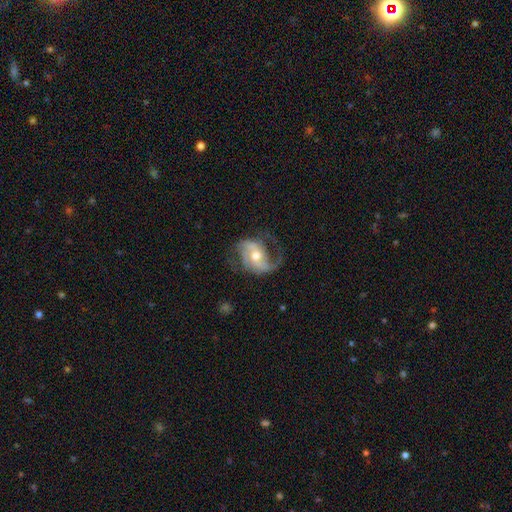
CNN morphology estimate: The model was most divided on "bar": no: 43%, weak: 38%, strong: 19%. Remaining: edge-on disk — no (97%); spiral arms — yes (94%); smooth or featured — featured or disk (85%); spiral arm count — 2 (74%); bulge size — moderate (71%); merging — none (57%); spiral winding — medium (46%).